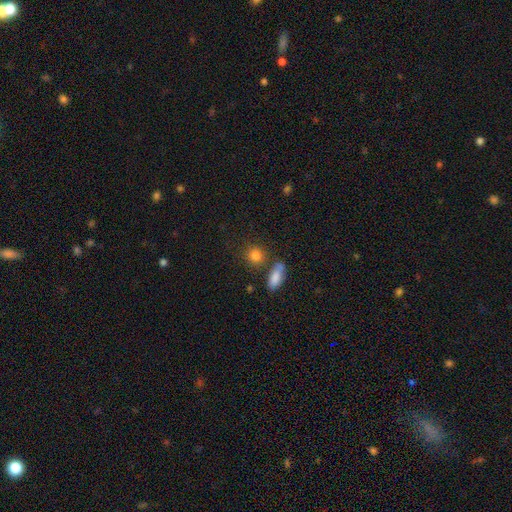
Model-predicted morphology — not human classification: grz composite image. It shows a smooth galaxy with no disk features (82%) that is round (73%). Merging: none (69%).